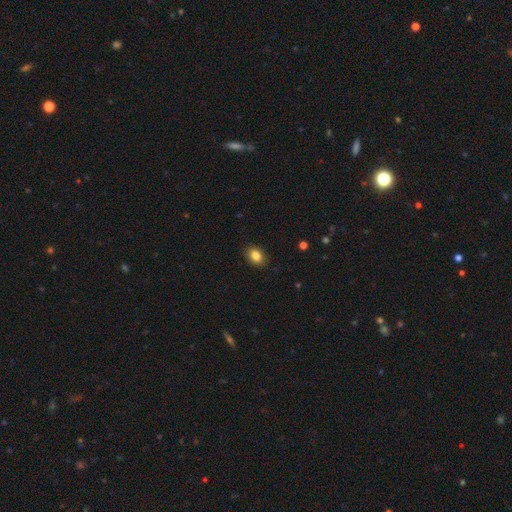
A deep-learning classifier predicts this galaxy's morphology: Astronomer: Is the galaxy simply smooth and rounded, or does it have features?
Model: smooth — 85%.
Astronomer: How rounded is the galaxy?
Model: in between — 77%.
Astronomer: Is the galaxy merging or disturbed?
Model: none — 89%.